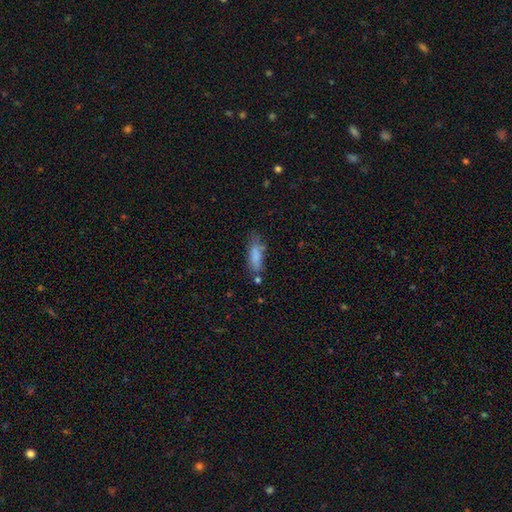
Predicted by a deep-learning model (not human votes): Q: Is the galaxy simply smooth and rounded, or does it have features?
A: smooth — 80%.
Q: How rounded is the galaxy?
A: in between — 52%.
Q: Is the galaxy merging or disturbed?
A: none — 57%.